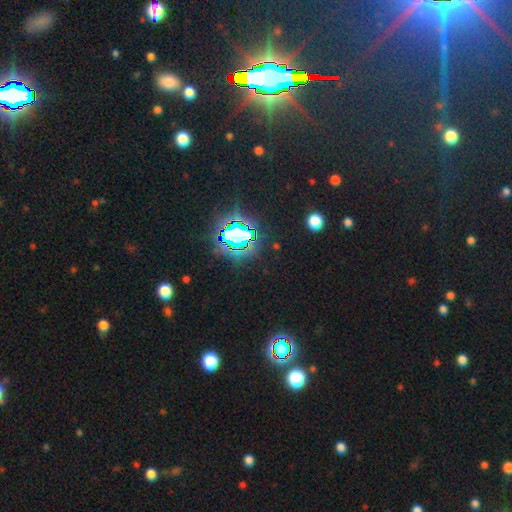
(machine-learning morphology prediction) A star or artifact, not a galaxy (81%).